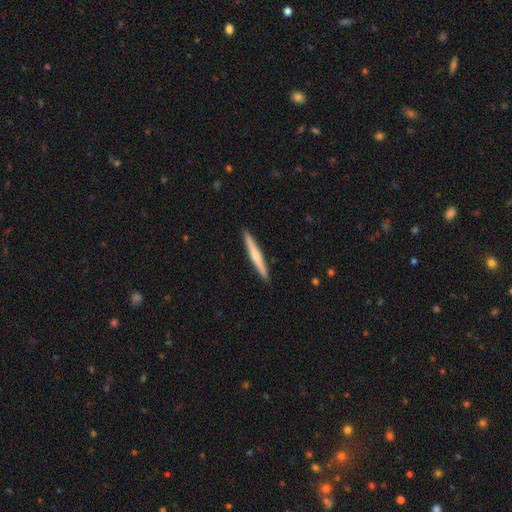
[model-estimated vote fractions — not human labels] This appears to be a smooth galaxy with no disk features (48%). Merging: none (92%).